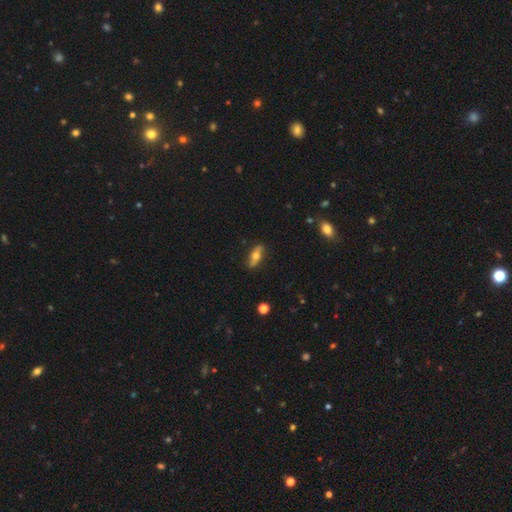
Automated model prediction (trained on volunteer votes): The model was most divided on "smooth or featured": smooth: 49%, featured or disk: 43%, star or artifact: 7%. More confident: merging — none (83%).